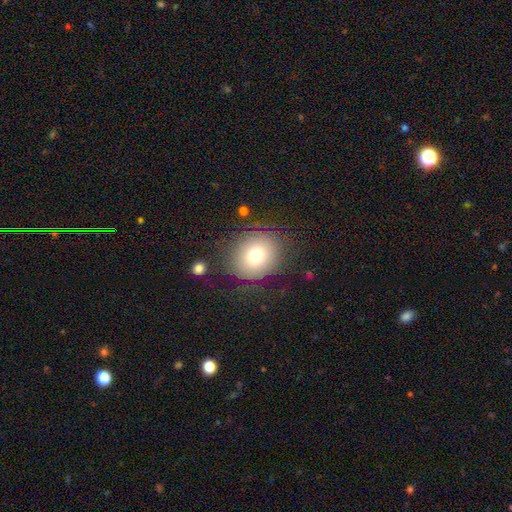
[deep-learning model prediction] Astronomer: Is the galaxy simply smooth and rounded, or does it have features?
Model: smooth — 73%.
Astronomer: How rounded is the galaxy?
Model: round — 78%.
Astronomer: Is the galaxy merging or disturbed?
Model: none — 80%.